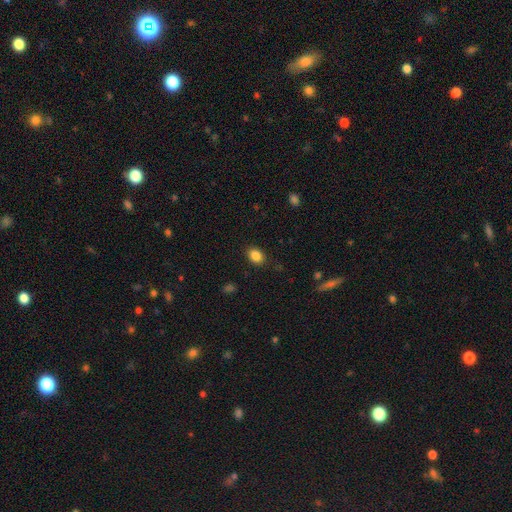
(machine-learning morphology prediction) This appears to be a smooth galaxy with no disk features (86%) that is in between round and cigar-shaped (70%). Merging: none (86%).